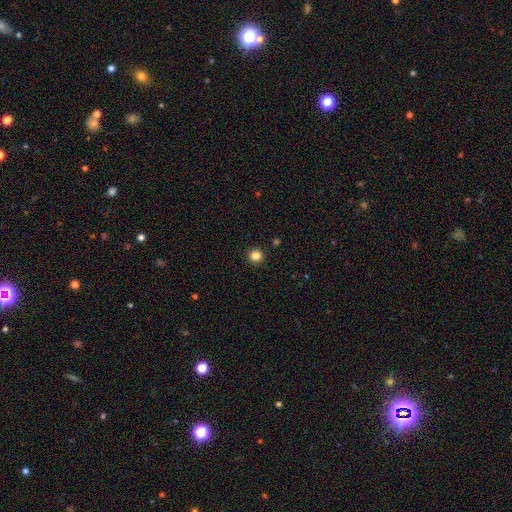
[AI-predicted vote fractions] smooth_or_featured: smooth (p=0.84) [alt: star or artifact p=0.12]
how_rounded: round (p=0.95) [alt: in between p=0.04]
merging: none (p=0.94) [alt: minor disturbance p=0.04]